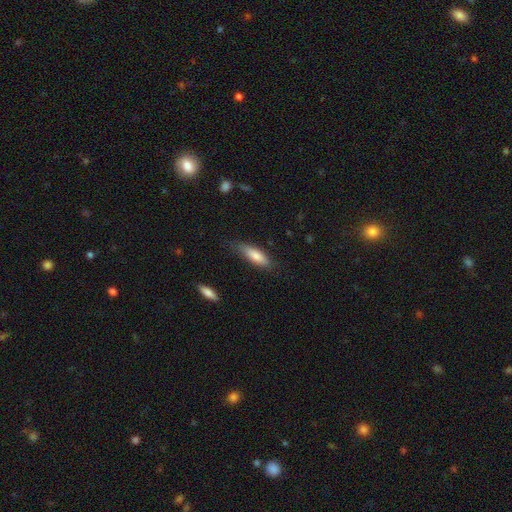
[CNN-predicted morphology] This is likely a smooth galaxy (80%). How rounded: possibly cigar-shaped (51%). Merging: likely none (71%).